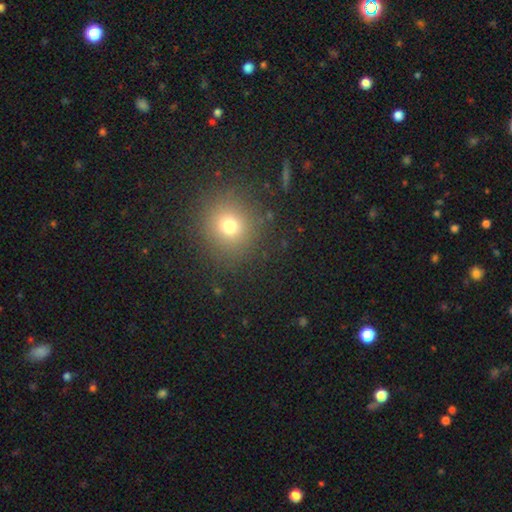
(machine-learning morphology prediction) This is likely a smooth galaxy (67%). How rounded: clearly round (90%). Merging: clearly none (90%).